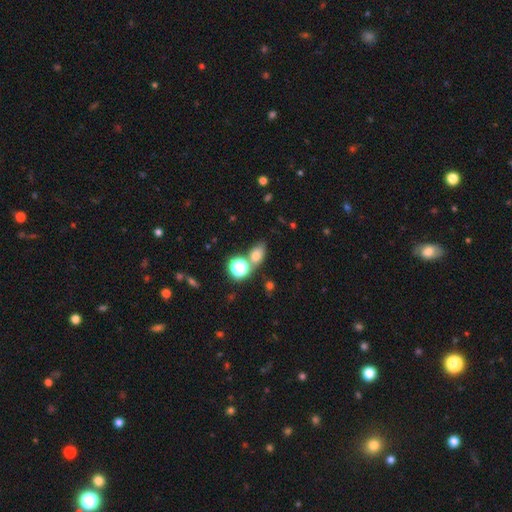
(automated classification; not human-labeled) This is likely a smooth galaxy (69%). How rounded: likely in between (70%). Merging: likely none (62%).